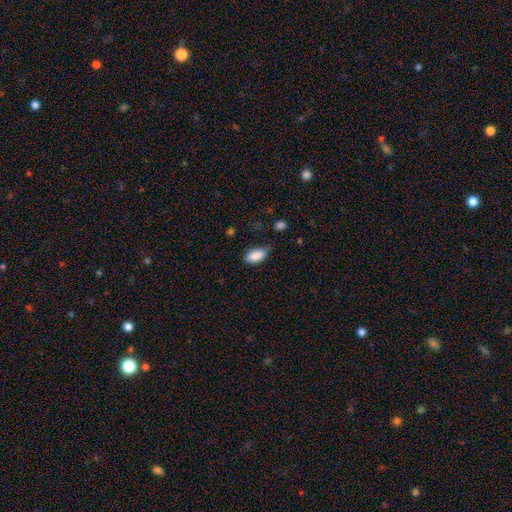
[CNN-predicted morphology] This is clearly a smooth galaxy (88%). How rounded: clearly in between (92%). Merging: likely none (66%).